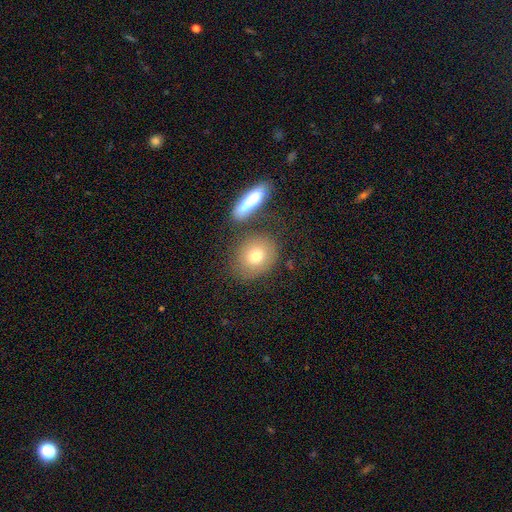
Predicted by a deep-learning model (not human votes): Smooth or featured? smooth (74%)
How rounded? round (70%)
Merging? none (71%)